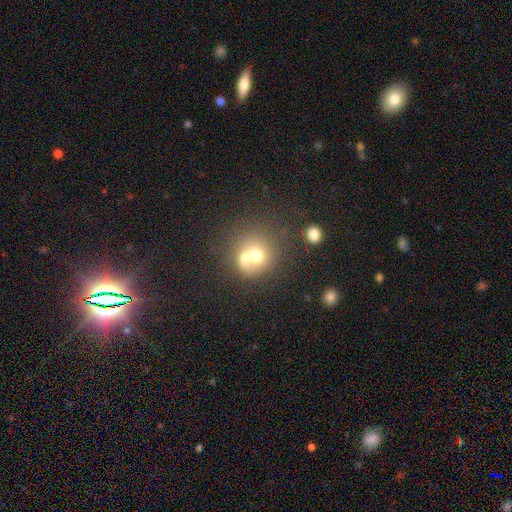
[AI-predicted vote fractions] Smooth or featured?
  - smooth: 65% *
  - featured or disk: 23%
  - star or artifact: 12%
How rounded?
  - round: 81% *
  - in between: 18%
  - cigar-shaped: 1%
Merging?
  - merger: 59% *
  - none: 30%
  - minor disturbance: 7%
  - major disturbance: 4%